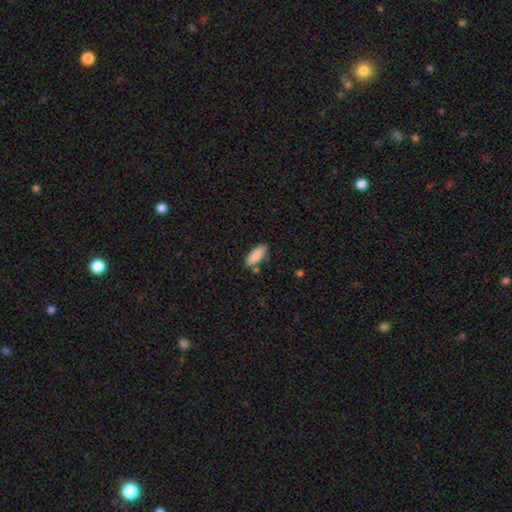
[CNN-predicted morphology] Overall: smooth (87%). How rounded: in between (73%). Merging: none (75%).